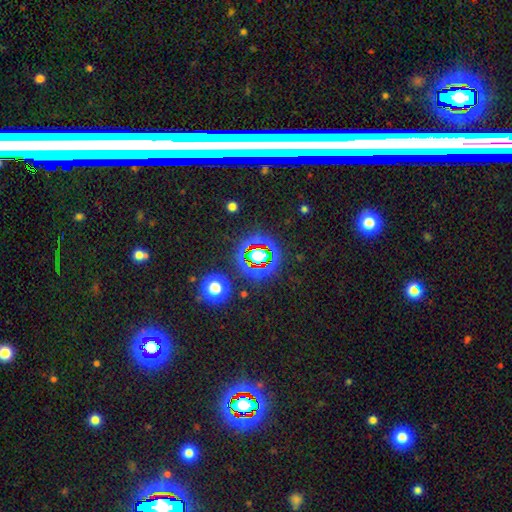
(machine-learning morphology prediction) This appears to be a star or artifact, not a galaxy (61%).